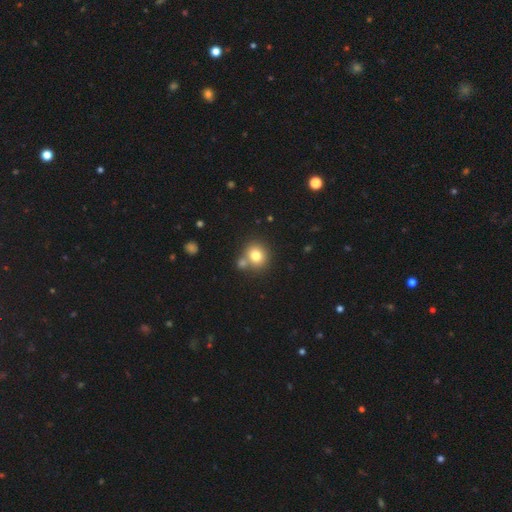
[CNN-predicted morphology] The model was most divided on "merging": none: 61%, merger: 27%, minor disturbance: 9%, major disturbance: 3%. More confident: how rounded — round (82%); smooth or featured — smooth (78%).